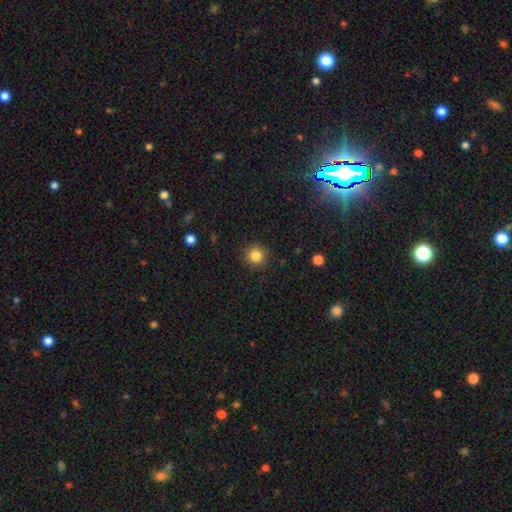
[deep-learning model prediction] Overall: smooth (84%). How rounded: round (94%). Merging: none (90%).